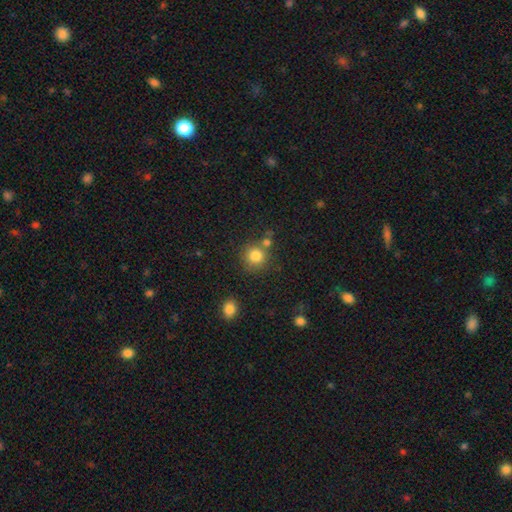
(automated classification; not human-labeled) Morphology: type=smooth (82%); roundness=round (91%); merging=none (70%).